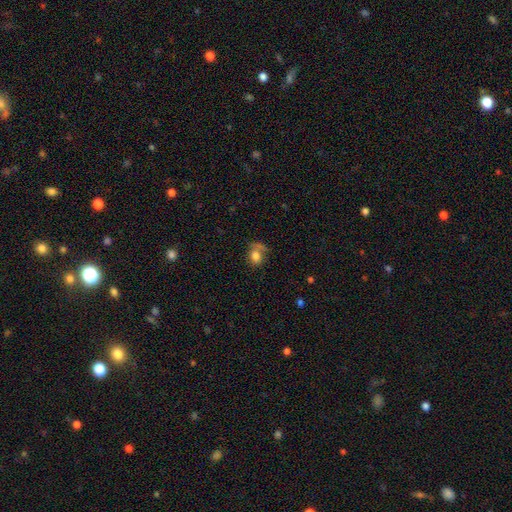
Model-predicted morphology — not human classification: A smooth galaxy with no disk features (76%) that is in between round and cigar-shaped (54%). Merging: none (48%).